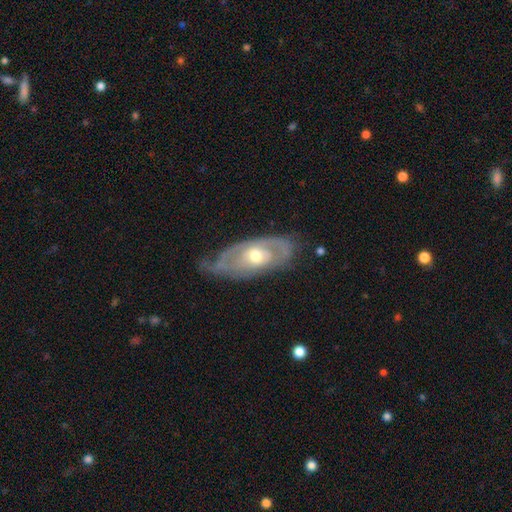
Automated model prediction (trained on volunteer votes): Smooth or featured? featured or disk (78%)
Edge-on disk? no (89%)
Bar? no (73%)
Spiral arms? yes (78%)
Spiral winding? tight (58%)
Spiral arm count? 2 (42%)
Bulge size? moderate (72%)
Merging? none (57%)